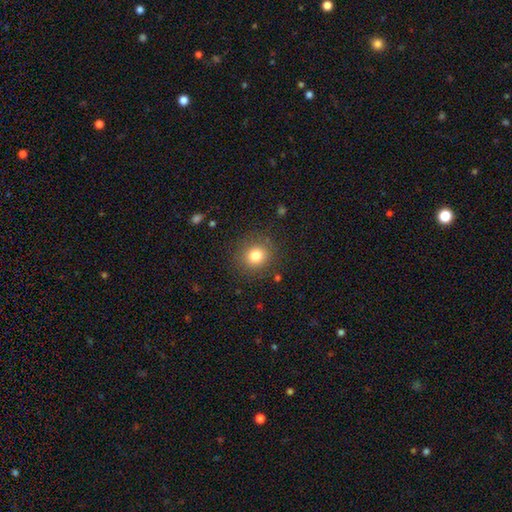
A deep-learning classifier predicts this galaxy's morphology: smooth 81%, star or artifact 12%, featured or disk 7%. Down the decision tree: how rounded — round (88%); merging — none (86%).